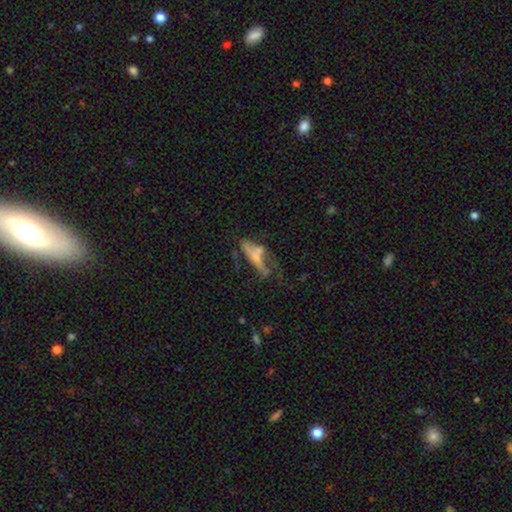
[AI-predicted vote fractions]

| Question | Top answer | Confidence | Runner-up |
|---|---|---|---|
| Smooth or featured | smooth | 45% | tied: featured or disk (45%) |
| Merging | major disturbance | 35% | none (25%) |